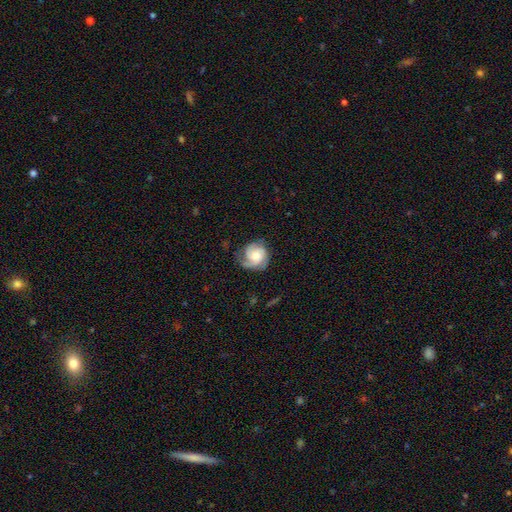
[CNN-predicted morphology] This appears to be a featured or disk galaxy (70%) with no bar (73%), 3 (44%) tight (50%) spiral arms (95%) and a moderate central bulge (43%). Merging: none (65%).